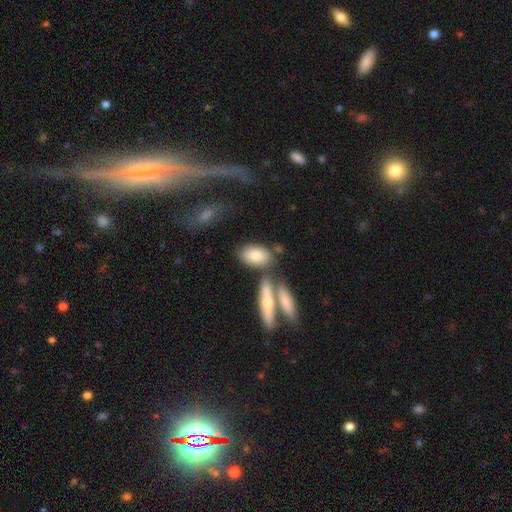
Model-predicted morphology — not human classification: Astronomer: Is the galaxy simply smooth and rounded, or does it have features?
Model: smooth — 78%.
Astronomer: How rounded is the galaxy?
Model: in between — 88%.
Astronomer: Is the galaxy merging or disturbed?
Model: none — 61%.